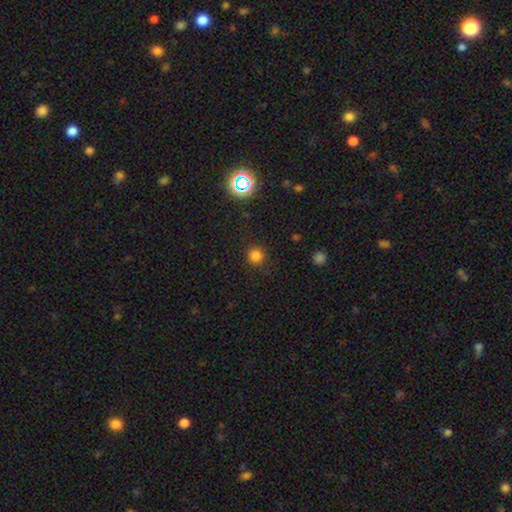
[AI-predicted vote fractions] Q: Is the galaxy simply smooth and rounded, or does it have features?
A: smooth — 78%.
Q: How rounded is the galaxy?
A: round — 94%.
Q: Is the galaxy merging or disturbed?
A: none — 89%.